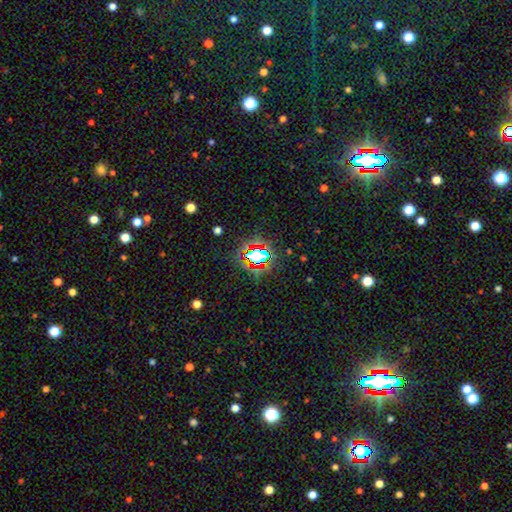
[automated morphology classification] Smooth or featured?
  - star or artifact: 67% *
  - smooth: 22%
  - featured or disk: 12%